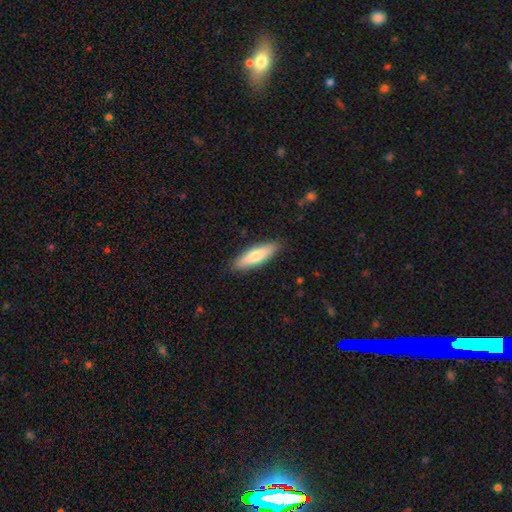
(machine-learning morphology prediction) This is likely a smooth galaxy (77%). How rounded: possibly cigar-shaped (57%). Merging: clearly none (88%).